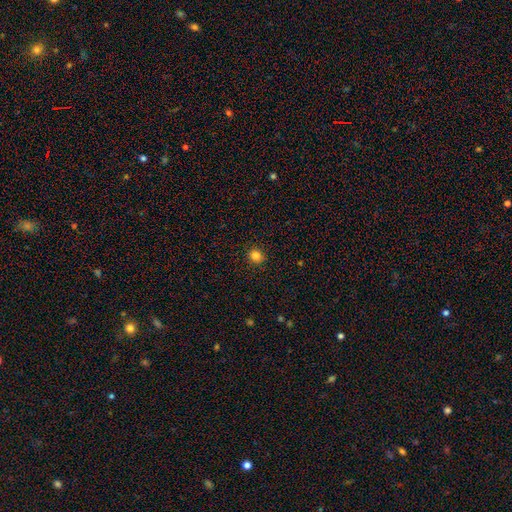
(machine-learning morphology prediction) Smooth or featured? smooth (83%)
How rounded? round (79%)
Merging? none (91%)